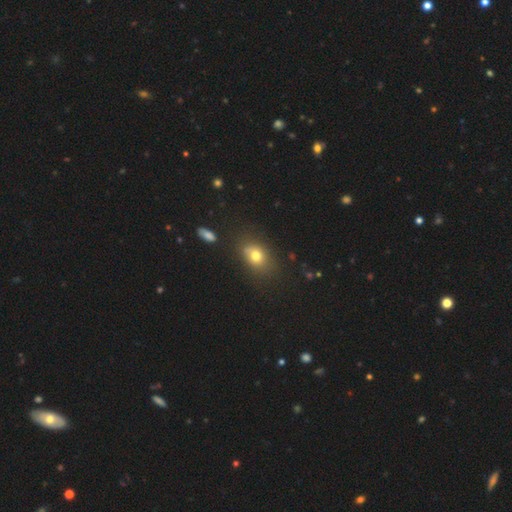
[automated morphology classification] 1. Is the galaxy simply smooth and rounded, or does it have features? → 74% smooth, 13% featured or disk, 13% star or artifact.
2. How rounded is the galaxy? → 59% in between, 39% round, 2% cigar-shaped.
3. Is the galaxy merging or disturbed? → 66% none, 20% minor disturbance, 7% major disturbance, 6% merger.